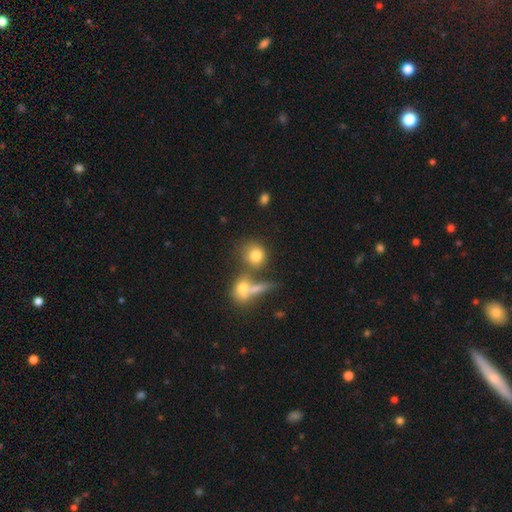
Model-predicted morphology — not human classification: The model was most divided on "merging": none: 50%, merger: 32%, minor disturbance: 11%, major disturbance: 7%. More confident: smooth or featured — smooth (78%); how rounded — round (74%).